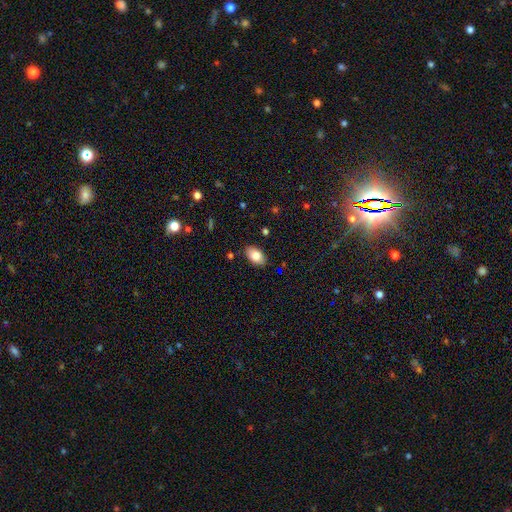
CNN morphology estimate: smooth_or_featured: smooth (p=0.84) [alt: featured or disk p=0.08]
how_rounded: in between (p=0.93) [alt: round p=0.06]
merging: none (p=0.85) [alt: minor disturbance p=0.11]